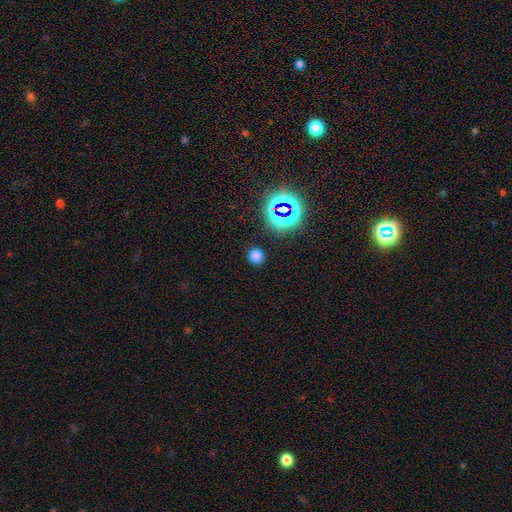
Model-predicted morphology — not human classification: smooth-or-featured: smooth: 70% | star or artifact: 25% | featured or disk: 5%
  how-rounded: round: 87% | in between: 11% | cigar-shaped: 1%
  merging: none: 87% | minor disturbance: 8% | major disturbance: 3% | merger: 2%